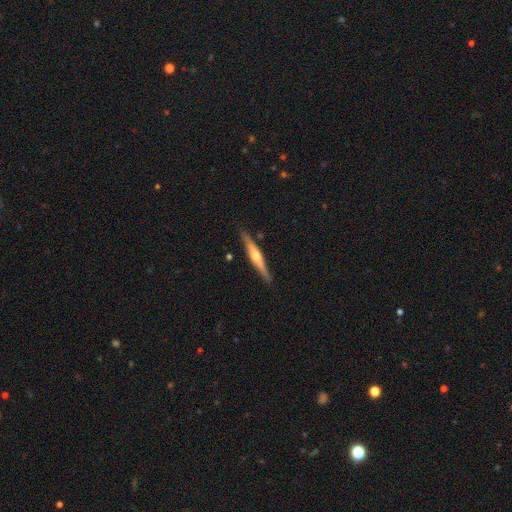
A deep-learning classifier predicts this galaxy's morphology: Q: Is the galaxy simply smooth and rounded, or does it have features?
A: featured or disk — 70%.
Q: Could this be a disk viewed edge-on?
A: yes — 97%.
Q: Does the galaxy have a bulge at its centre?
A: rounded — 89%.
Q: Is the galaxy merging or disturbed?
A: none — 88%.